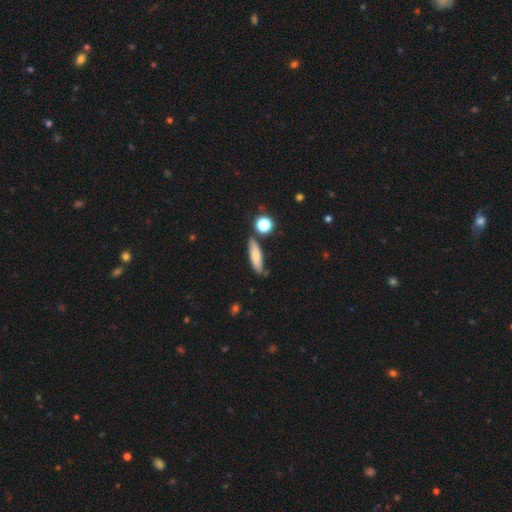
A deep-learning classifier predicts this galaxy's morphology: Overall: smooth (73%). How rounded: cigar-shaped (65%; in between 31%). Merging: none (75%).